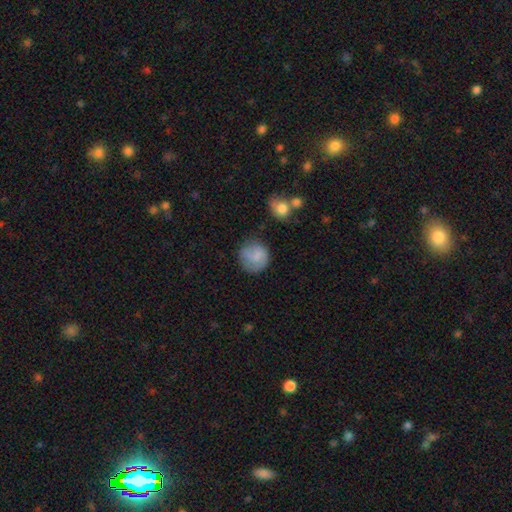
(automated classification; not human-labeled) smooth-or-featured: smooth: 73% | featured or disk: 20% | star or artifact: 7%
  how-rounded: round: 88% | in between: 11% | cigar-shaped: 1%
  merging: none: 68% | minor disturbance: 21% | major disturbance: 8% | merger: 3%